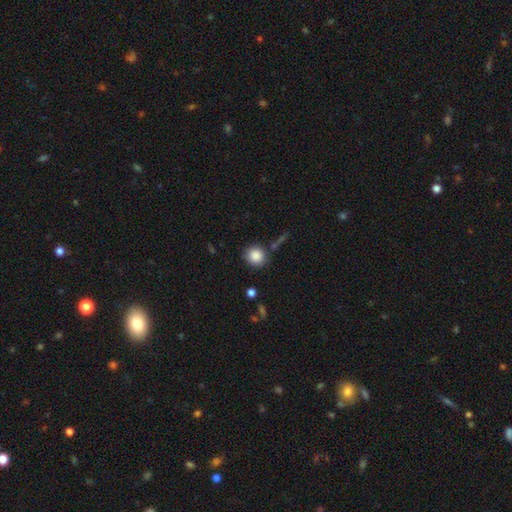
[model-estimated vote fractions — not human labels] Smooth or featured? Predicted: smooth (p=0.87). How rounded? Predicted: round (p=0.86). Merging? Predicted: none (p=0.80).